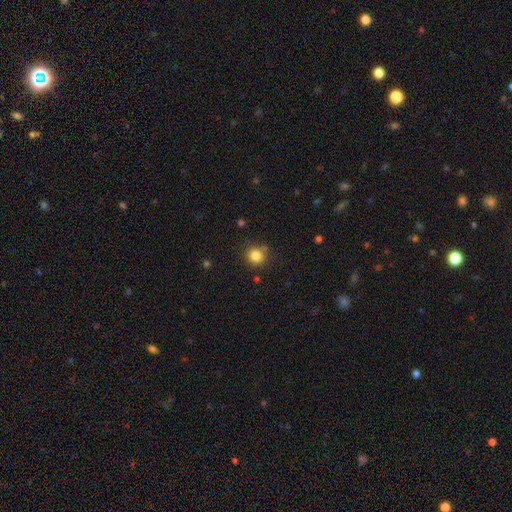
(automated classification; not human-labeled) The model was most divided on "merging": none: 81%, minor disturbance: 11%, merger: 5%, major disturbance: 3%. More confident: how rounded — round (90%); smooth or featured — smooth (83%).